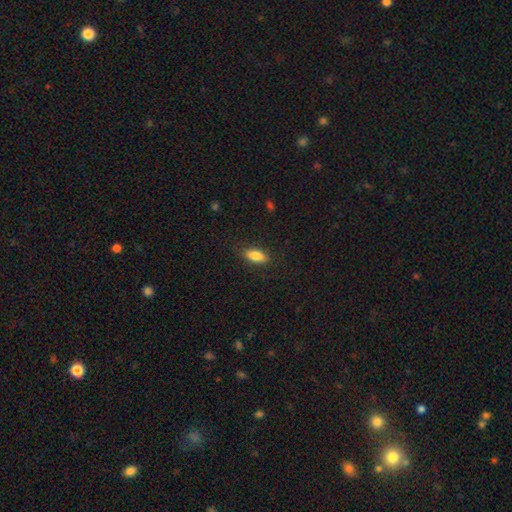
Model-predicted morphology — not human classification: Q: Smooth or featured?
A: smooth (85%); runner-up: featured or disk (8%)
Q: How rounded?
A: in between (84%); runner-up: cigar-shaped (13%)
Q: Merging?
A: none (86%); runner-up: minor disturbance (10%)